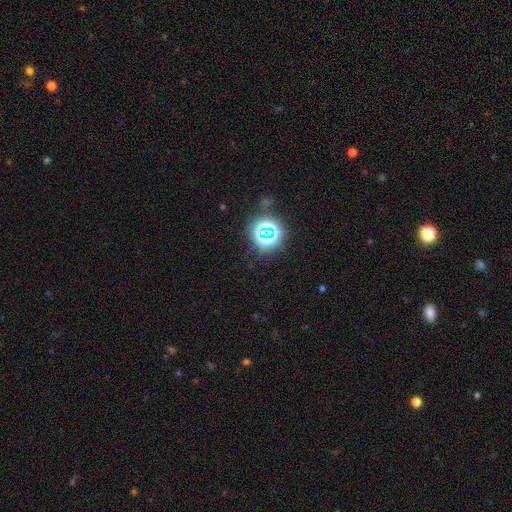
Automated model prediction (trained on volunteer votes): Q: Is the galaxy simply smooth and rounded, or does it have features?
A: star or artifact — 64%.